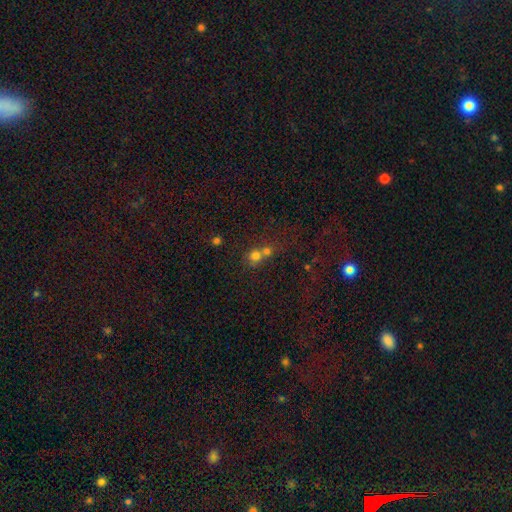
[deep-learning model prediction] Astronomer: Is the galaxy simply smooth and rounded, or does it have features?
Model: smooth — 72%.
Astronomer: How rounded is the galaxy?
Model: round — 84%.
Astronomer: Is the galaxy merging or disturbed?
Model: merger — 55% (runner-up: none, 36%).